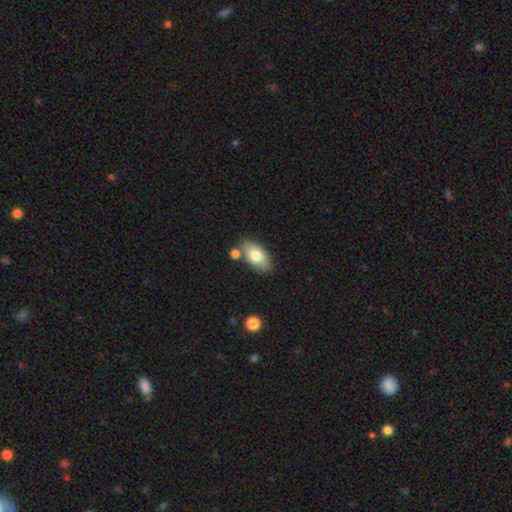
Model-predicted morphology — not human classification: type=smooth (76%); roundness=in between (92%); merging=none (73%).